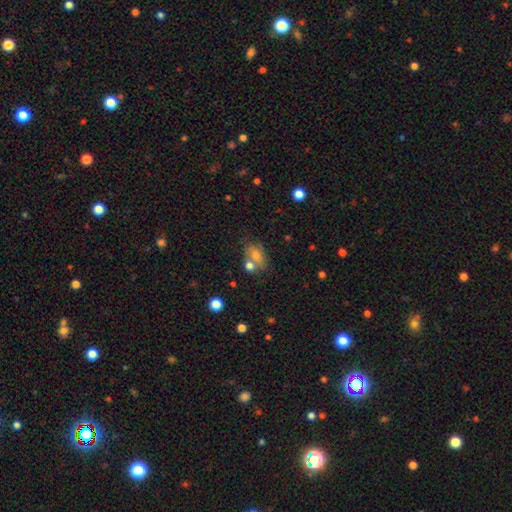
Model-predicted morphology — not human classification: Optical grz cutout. It shows a smooth galaxy with no disk features (61%) that is in between round and cigar-shaped (68%). Merging: none (53%).